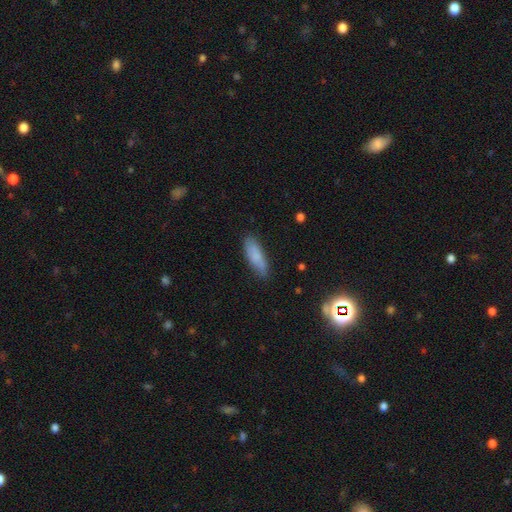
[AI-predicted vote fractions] smooth_or_featured: smooth (p=0.78) [alt: featured or disk p=0.14]
how_rounded: in between (p=0.55) [alt: cigar-shaped p=0.43]
merging: none (p=0.77) [alt: minor disturbance p=0.18]